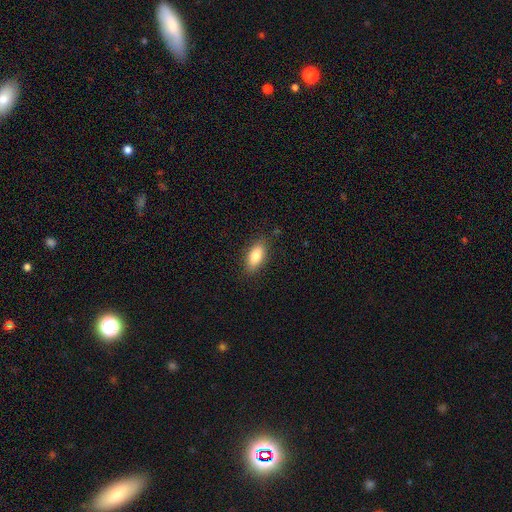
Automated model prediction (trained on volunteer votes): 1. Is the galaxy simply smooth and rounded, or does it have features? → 81% smooth, 12% featured or disk, 7% star or artifact.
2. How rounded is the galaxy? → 86% in between, 10% cigar-shaped, 4% round.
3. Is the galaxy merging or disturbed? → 85% none, 12% minor disturbance, 3% major disturbance, 1% merger.